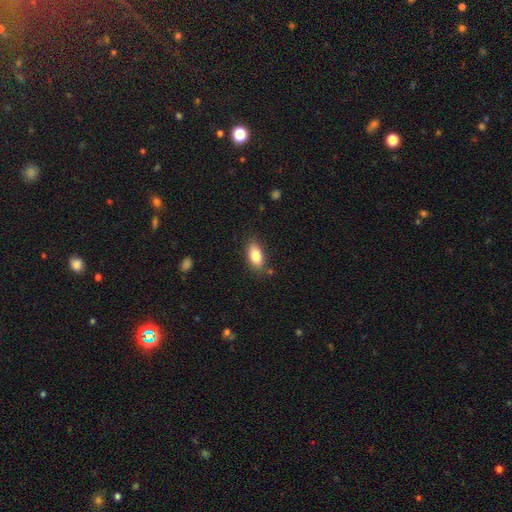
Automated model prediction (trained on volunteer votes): Morphology: type=smooth (83%); roundness=in between (88%); merging=none (83%).